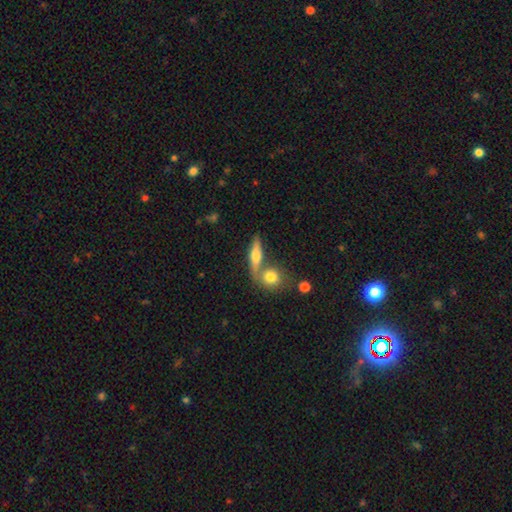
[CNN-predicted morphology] Smooth or featured? Predicted: smooth (p=0.52). How rounded? Predicted: cigar-shaped (p=0.53). Merging? Predicted: none (p=0.57).